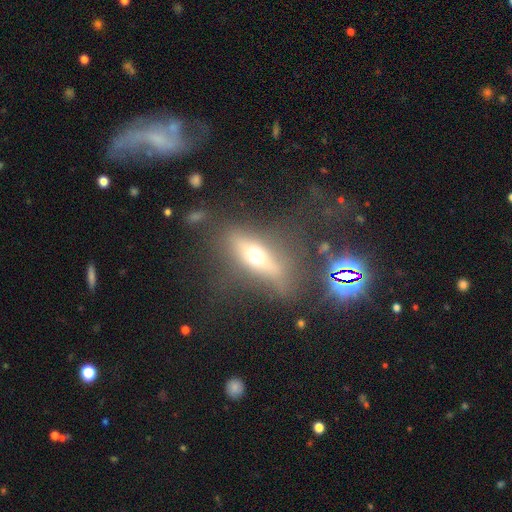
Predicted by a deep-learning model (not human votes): Smooth or featured? Predicted: smooth (p=0.45). Merging? Predicted: none (p=0.60).